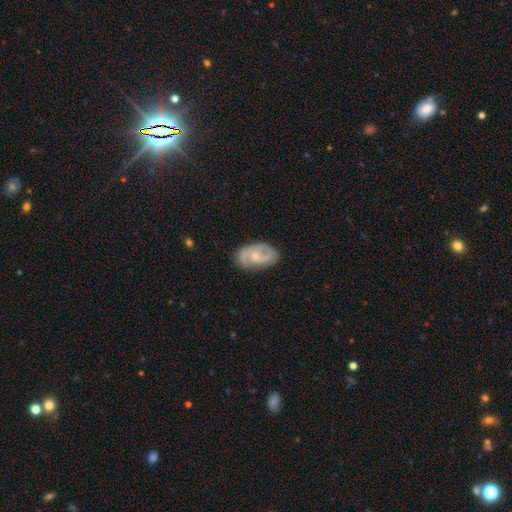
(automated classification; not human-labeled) Overall: featured or disk (73%). Edge-on disk: no (96%). Bar: no (61%; weak 33%). Spiral arms: yes (87%). Spiral arm count: 2 (75%). Spiral winding: medium (45%; tight 34%). Bulge size: small (56%; moderate 39%). Merging: none (75%).